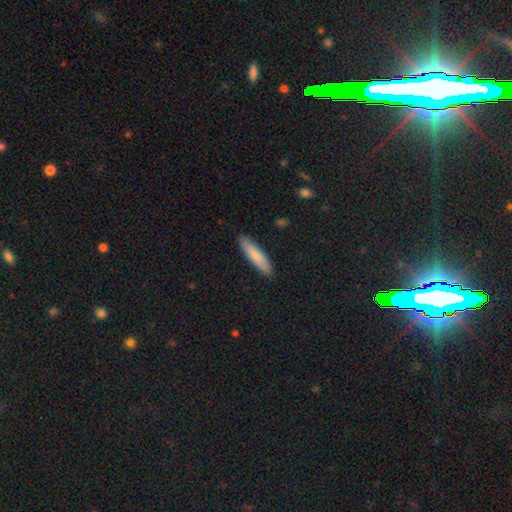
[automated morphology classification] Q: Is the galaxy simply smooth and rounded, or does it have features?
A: smooth — 83%.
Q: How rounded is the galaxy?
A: cigar-shaped — 78%.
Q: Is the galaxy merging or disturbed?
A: none — 89%.